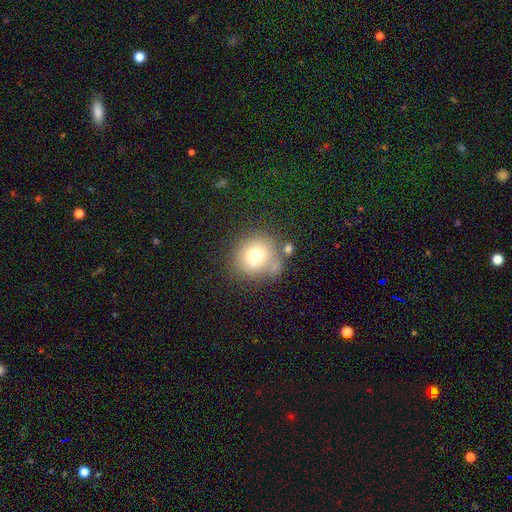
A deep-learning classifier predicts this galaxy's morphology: This appears to be a smooth galaxy with no disk features (72%) that is round (85%). Merging: none (62%).